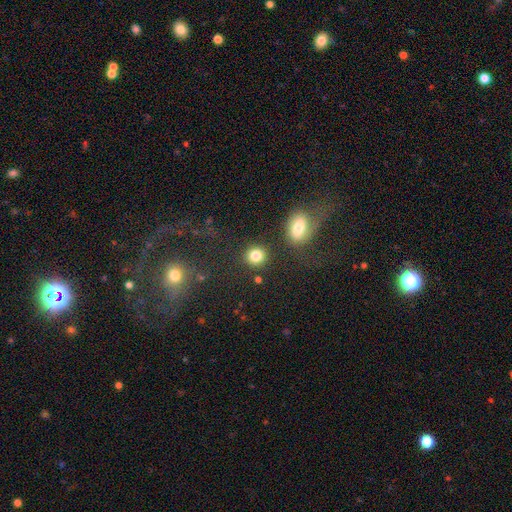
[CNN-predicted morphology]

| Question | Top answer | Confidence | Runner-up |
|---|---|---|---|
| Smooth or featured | smooth | 84% | star or artifact (11%) |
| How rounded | round | 87% | in between (12%) |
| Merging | none | 83% | minor disturbance (8%) |